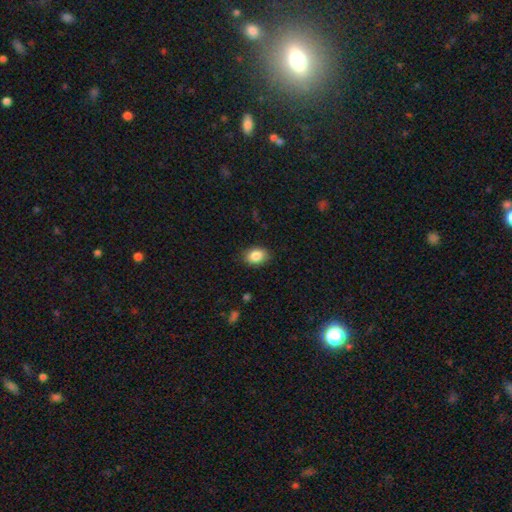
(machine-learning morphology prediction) Smooth or featured: smooth — 87% (star or artifact — 8%)
How rounded: in between — 78% (round — 21%)
Merging: none — 86% (minor disturbance — 11%)